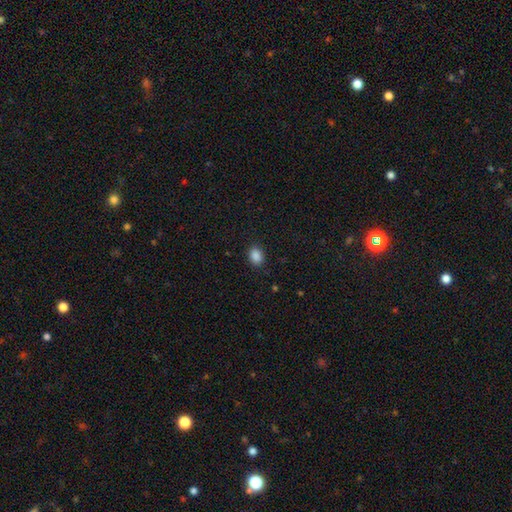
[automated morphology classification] This is clearly a smooth galaxy (88%). How rounded: likely in between (68%). Merging: clearly none (88%).